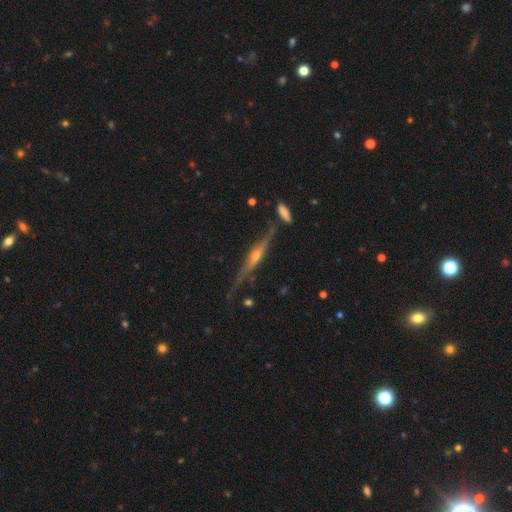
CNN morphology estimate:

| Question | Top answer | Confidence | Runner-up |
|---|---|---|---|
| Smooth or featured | featured or disk | 79% | smooth (14%) |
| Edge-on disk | yes | 95% | no (5%) |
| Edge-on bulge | rounded | 84% | none (10%) |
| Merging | none | 67% | minor disturbance (20%) |